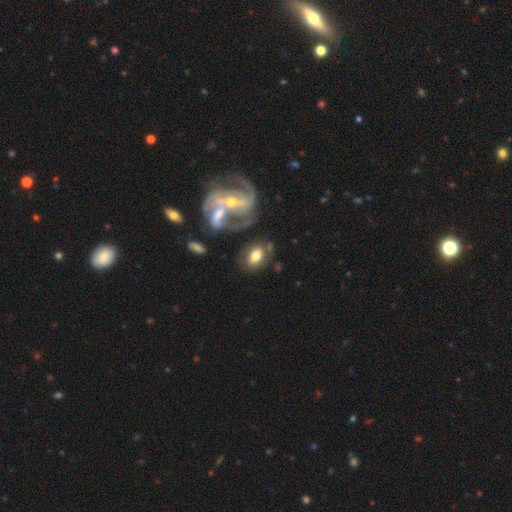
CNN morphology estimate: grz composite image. It shows a smooth galaxy with no disk features (62%) that is in between round and cigar-shaped (78%). Merging: none (59%).